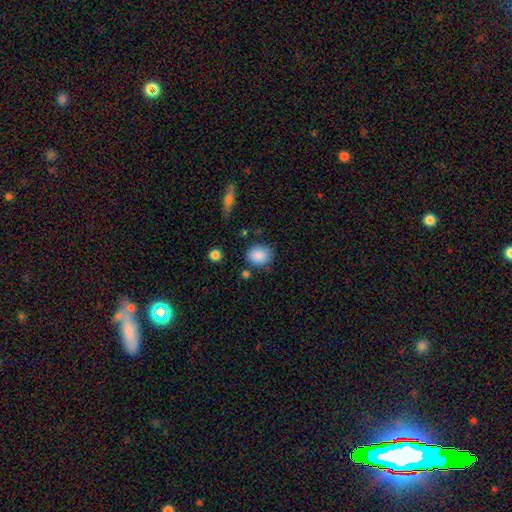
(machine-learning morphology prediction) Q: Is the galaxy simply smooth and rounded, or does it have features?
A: smooth — 87%.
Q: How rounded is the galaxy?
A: round — 59%.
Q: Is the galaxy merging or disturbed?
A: none — 77%.